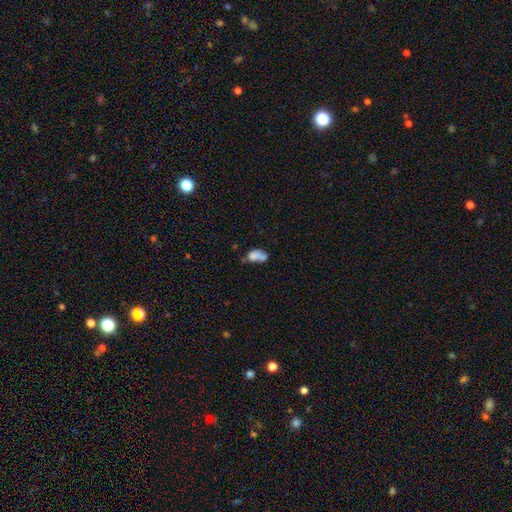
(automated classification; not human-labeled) A smooth galaxy with no disk features (72%) that is in between round and cigar-shaped (84%). Merging: merger (40%).